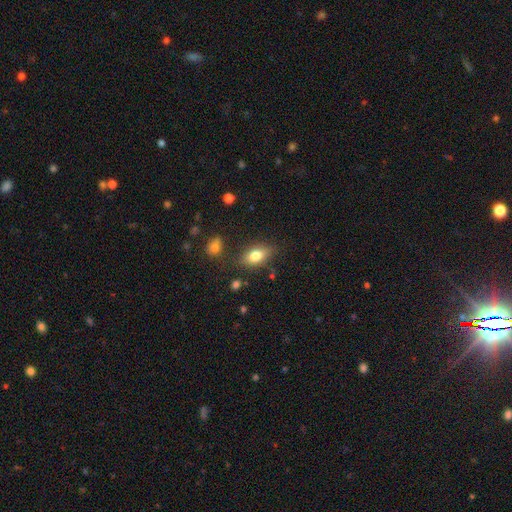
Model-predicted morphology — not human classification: smooth-or-featured: smooth: 77% | featured or disk: 14% | star or artifact: 9%
  how-rounded: in between: 85% | round: 9% | cigar-shaped: 6%
  merging: none: 79% | minor disturbance: 14% | merger: 4% | major disturbance: 4%